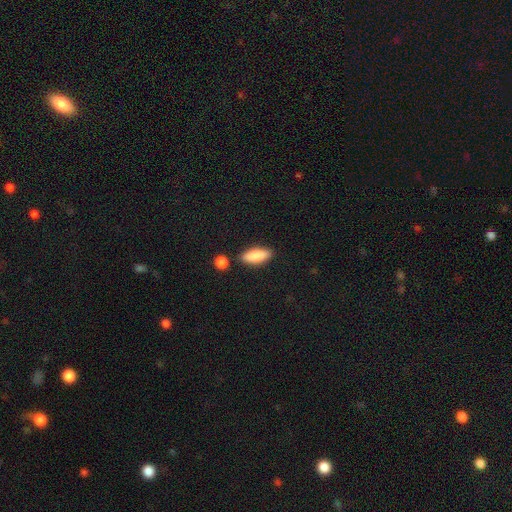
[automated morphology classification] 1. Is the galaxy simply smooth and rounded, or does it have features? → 84% smooth, 10% featured or disk, 6% star or artifact.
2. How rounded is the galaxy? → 67% in between, 30% cigar-shaped, 2% round.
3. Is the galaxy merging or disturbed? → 82% none, 10% minor disturbance, 6% merger, 2% major disturbance.